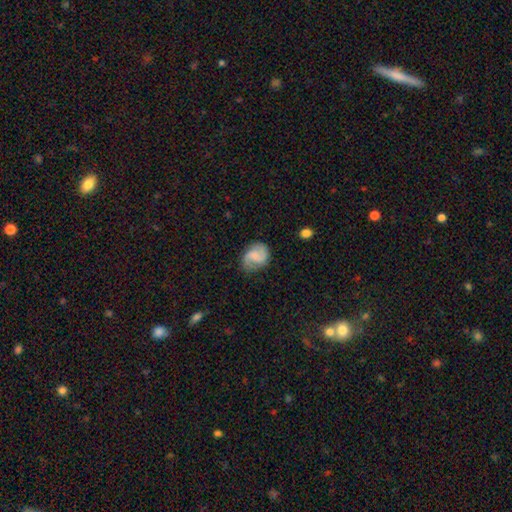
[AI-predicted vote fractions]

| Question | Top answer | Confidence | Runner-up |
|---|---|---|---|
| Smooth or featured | featured or disk | 55% | smooth (38%) |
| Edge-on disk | no | 98% | yes (2%) |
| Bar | weak | 45% | no (44%) |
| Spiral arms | yes | 91% | no (9%) |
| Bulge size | none | 38% | small (35%) |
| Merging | none | 71% | minor disturbance (21%) |